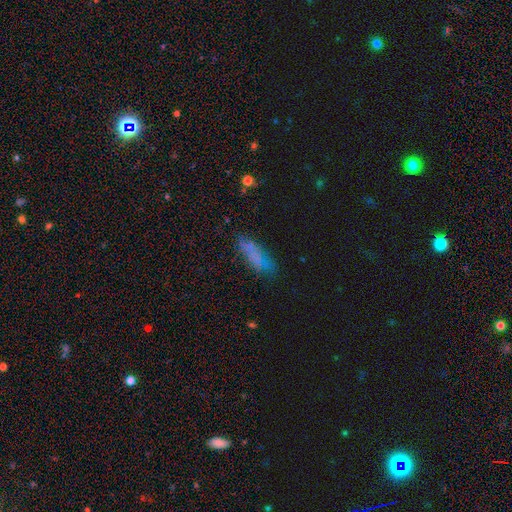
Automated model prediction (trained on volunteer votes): smooth 63%, featured or disk 24%, star or artifact 13%. Down the decision tree: how rounded — cigar-shaped (56%); merging — none (63%).